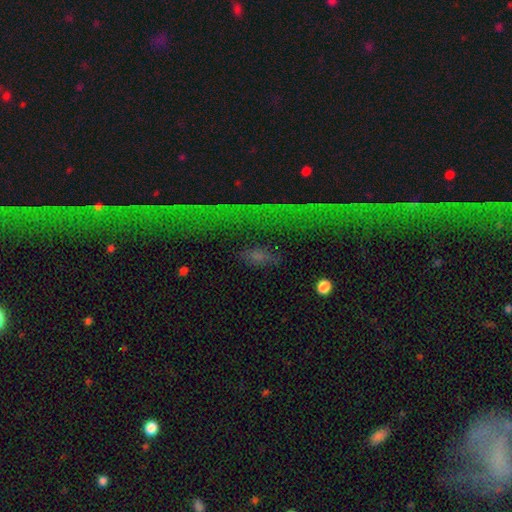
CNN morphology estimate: Smooth or featured: star or artifact — 47% (smooth — 36%)